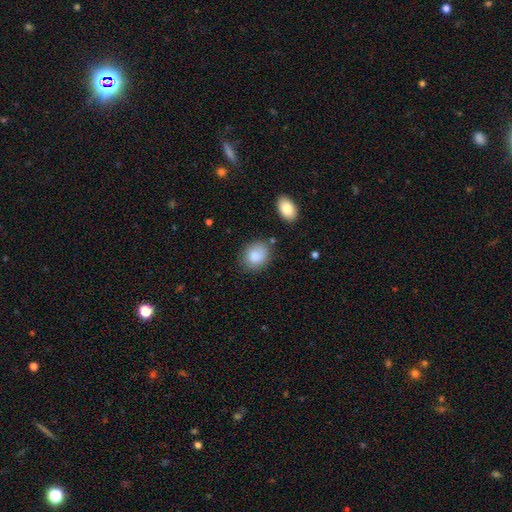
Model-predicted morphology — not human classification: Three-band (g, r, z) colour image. It shows a smooth galaxy with no disk features (86%) that is in between round and cigar-shaped (50%). Merging: none (72%).